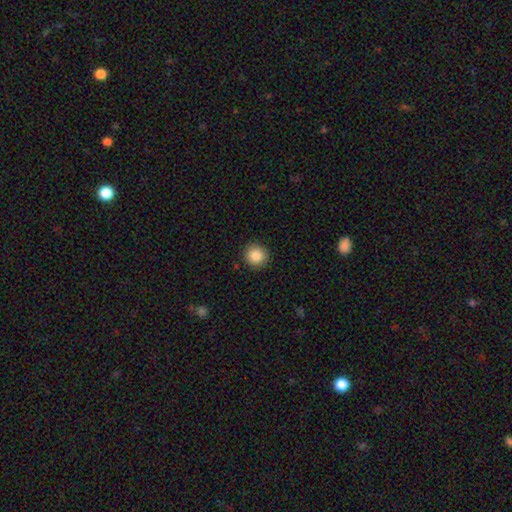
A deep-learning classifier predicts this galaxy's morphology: This is clearly a smooth galaxy (87%). How rounded: clearly round (92%). Merging: clearly none (91%).